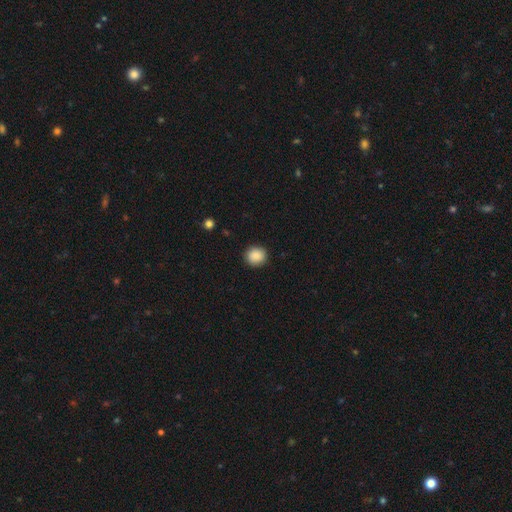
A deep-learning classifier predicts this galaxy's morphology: This is clearly a smooth galaxy (89%). How rounded: clearly round (88%). Merging: clearly none (91%).